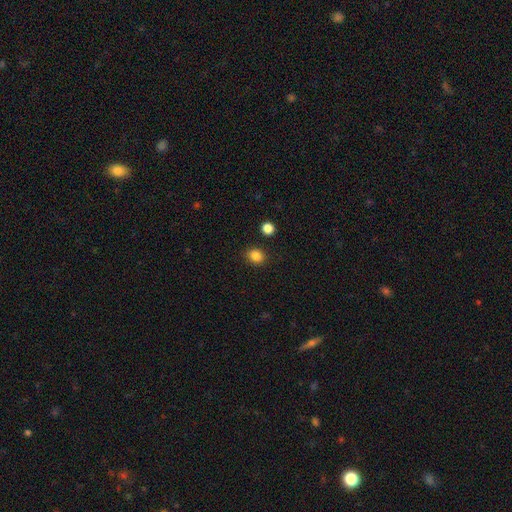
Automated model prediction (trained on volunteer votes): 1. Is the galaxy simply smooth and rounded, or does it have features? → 85% smooth, 11% star or artifact, 4% featured or disk.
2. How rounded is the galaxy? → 70% round, 29% in between, 1% cigar-shaped.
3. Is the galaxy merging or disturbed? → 88% none, 7% minor disturbance, 3% merger, 2% major disturbance.